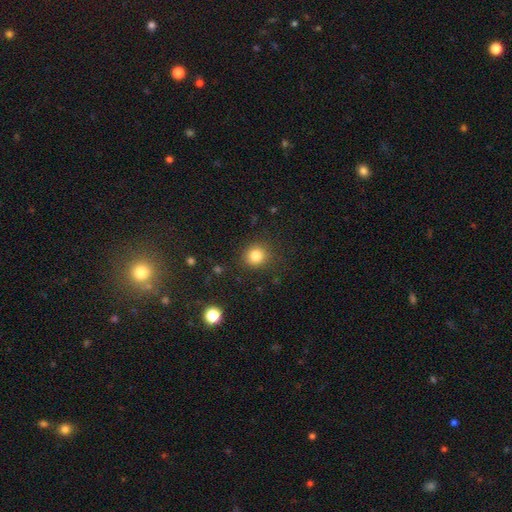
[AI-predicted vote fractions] Smooth or featured? Predicted: smooth (p=0.83). How rounded? Predicted: round (p=0.88). Merging? Predicted: none (p=0.88).